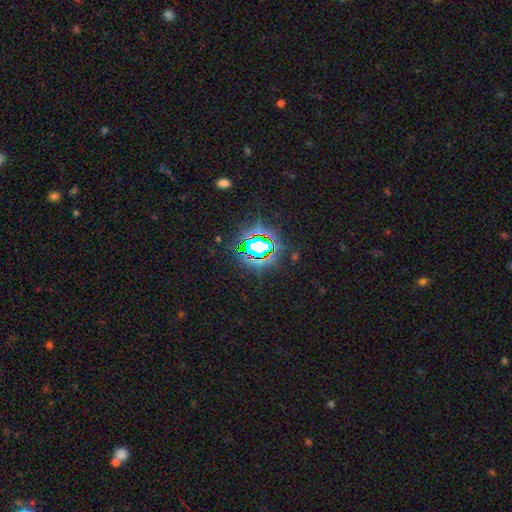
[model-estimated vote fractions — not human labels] A star or artifact, not a galaxy (78%).

Vote fractions:
- Smooth or featured? star or artifact: 78% / smooth: 14% / featured or disk: 9%